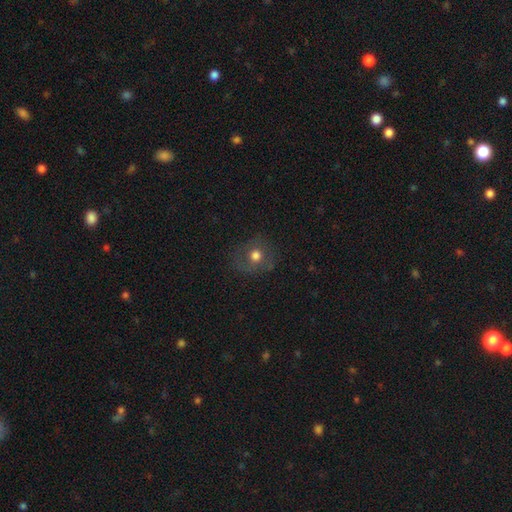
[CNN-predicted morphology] A smooth galaxy with no disk features (62%) that is round (79%). Merging: none (75%).